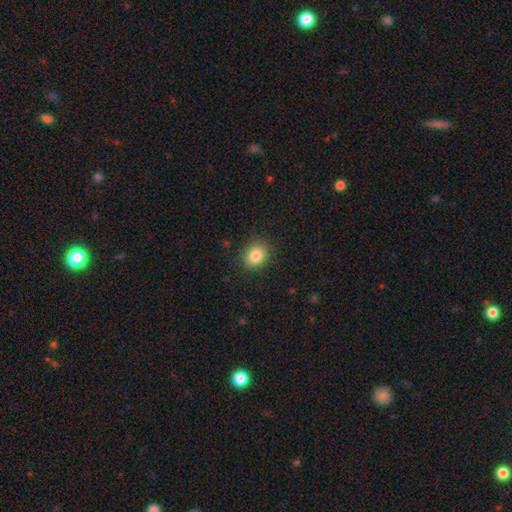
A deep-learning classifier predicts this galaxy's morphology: Smooth or featured?
  - smooth: 84% *
  - star or artifact: 9%
  - featured or disk: 6%
How rounded?
  - round: 55% *
  - in between: 45%
  - cigar-shaped: 1%
Merging?
  - none: 86% *
  - minor disturbance: 10%
  - major disturbance: 3%
  - merger: 1%